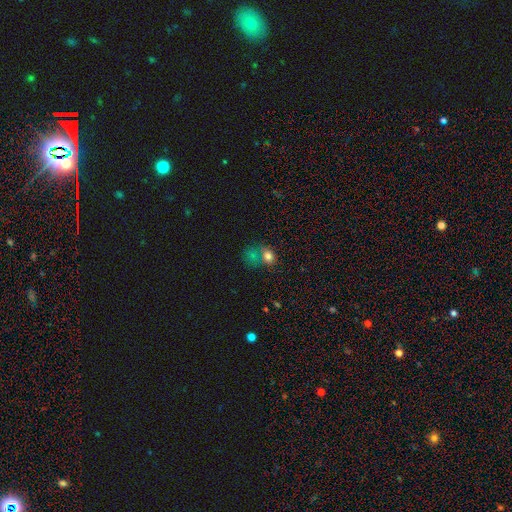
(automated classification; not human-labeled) Smooth or featured? smooth (68%)
How rounded? round (61%)
Merging? none (41%)